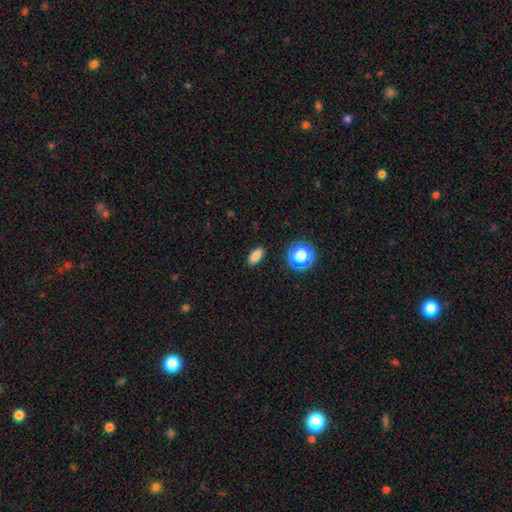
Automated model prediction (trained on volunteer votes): This appears to be a smooth galaxy with no disk features (83%) that is in between round and cigar-shaped (85%). Merging: none (89%).